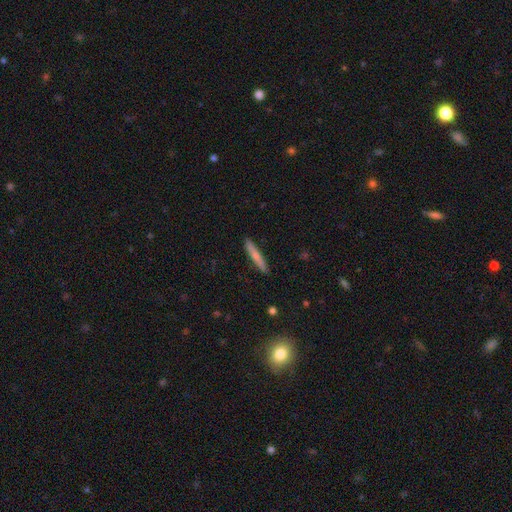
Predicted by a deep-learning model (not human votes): smooth_or_featured: smooth (p=0.68) [alt: featured or disk p=0.26]
how_rounded: cigar-shaped (p=0.94) [alt: in between p=0.05]
merging: none (p=0.90) [alt: minor disturbance p=0.07]